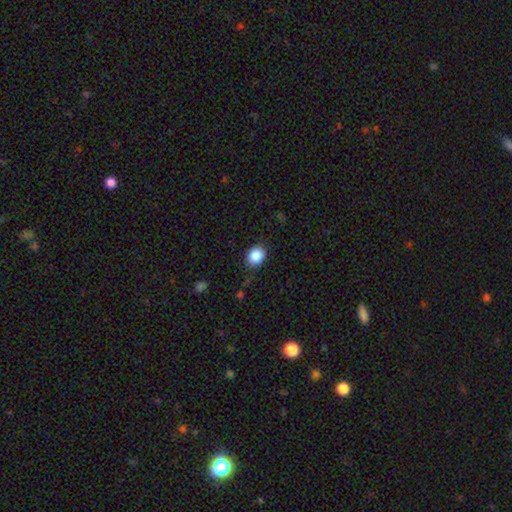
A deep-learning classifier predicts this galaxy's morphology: This is clearly a smooth galaxy (87%). How rounded: possibly round (58%). Merging: clearly none (84%).